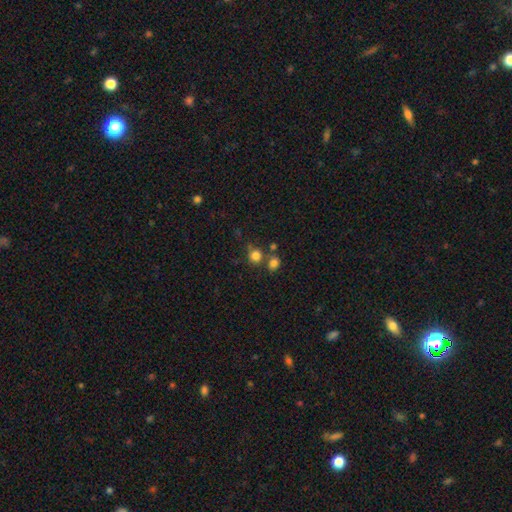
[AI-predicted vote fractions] A smooth galaxy with no disk features (79%) that is round (87%). Merging: none (64%).